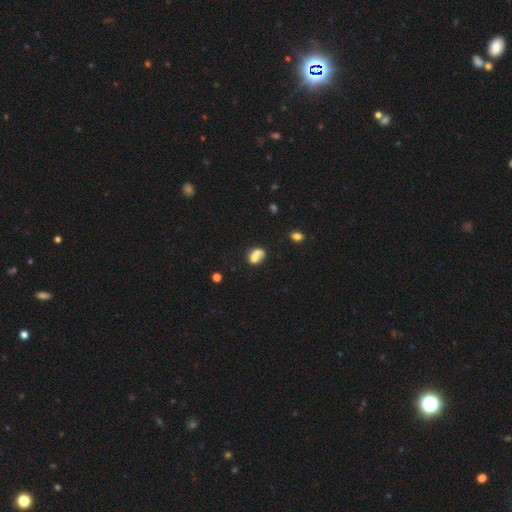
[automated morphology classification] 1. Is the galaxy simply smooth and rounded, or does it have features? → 63% smooth, 27% featured or disk, 11% star or artifact.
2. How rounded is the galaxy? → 53% in between, 45% round, 2% cigar-shaped.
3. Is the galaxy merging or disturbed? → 54% merger, 27% none, 11% minor disturbance, 9% major disturbance.